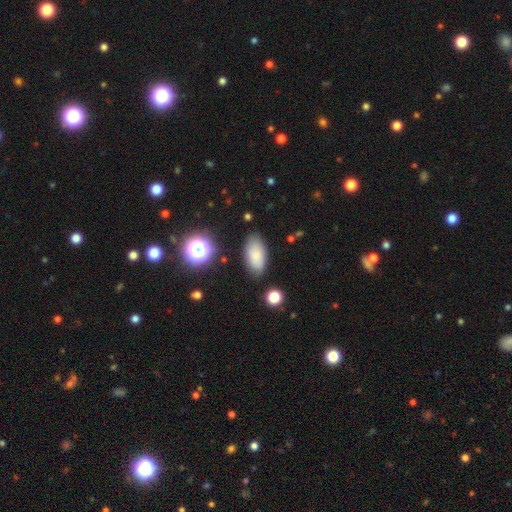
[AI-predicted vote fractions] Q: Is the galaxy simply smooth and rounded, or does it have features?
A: smooth — 83%.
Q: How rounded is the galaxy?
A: in between — 92%.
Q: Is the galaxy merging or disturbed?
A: none — 82%.